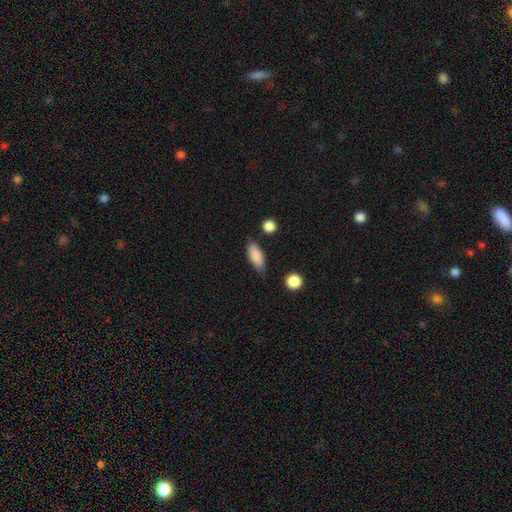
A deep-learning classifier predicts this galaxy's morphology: Smooth or featured? Predicted: smooth (p=0.87). How rounded? Predicted: in between (p=0.79). Merging? Predicted: none (p=0.78).